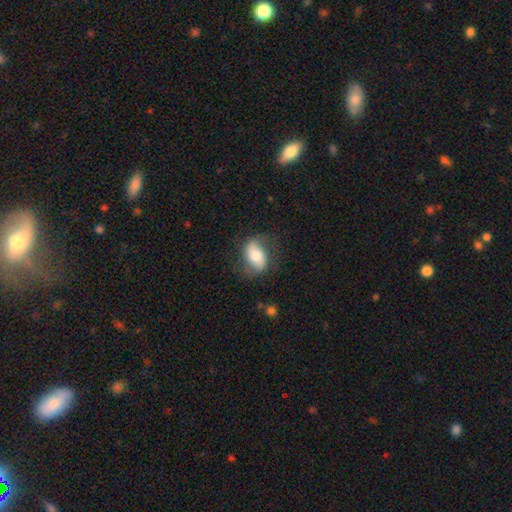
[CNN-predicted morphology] smooth_or_featured: smooth (p=0.53) [alt: featured or disk p=0.40]
how_rounded: in between (p=0.82) [alt: round p=0.15]
merging: none (p=0.68) [alt: minor disturbance p=0.21]